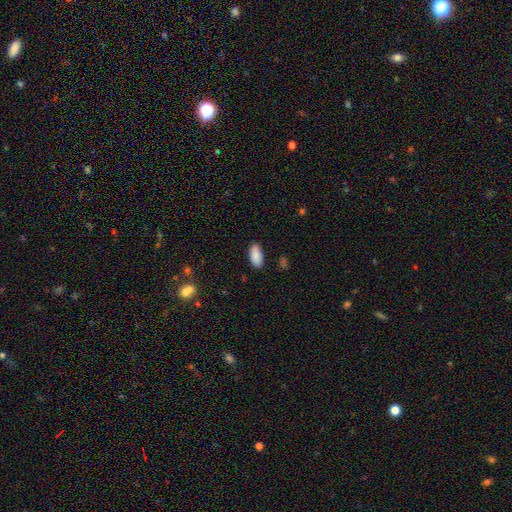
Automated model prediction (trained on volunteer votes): Smooth or featured?
  - smooth: 88% *
  - star or artifact: 7%
  - featured or disk: 5%
How rounded?
  - in between: 92% *
  - cigar-shaped: 6%
  - round: 2%
Merging?
  - none: 86% *
  - minor disturbance: 11%
  - major disturbance: 2%
  - merger: 1%